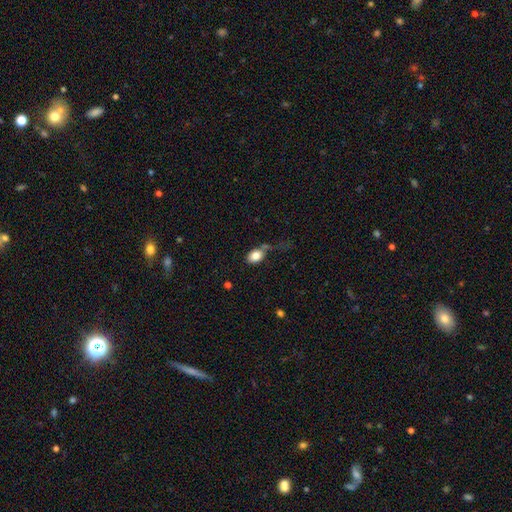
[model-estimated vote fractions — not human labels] This is clearly a smooth galaxy (81%). How rounded: likely in between (78%). Merging: marginally none (42%).